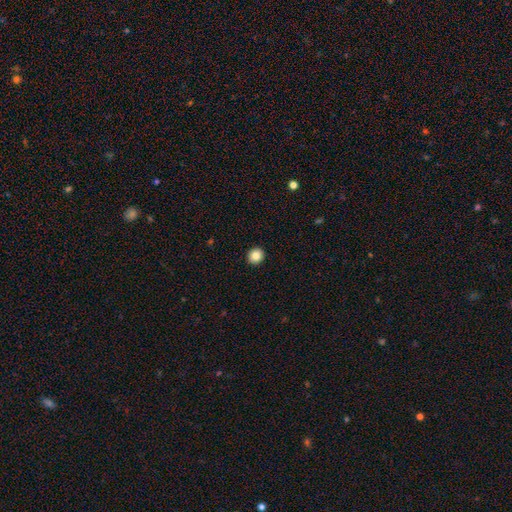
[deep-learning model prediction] Smooth or featured? Predicted: smooth (p=0.84). How rounded? Predicted: round (p=0.91). Merging? Predicted: none (p=0.93).